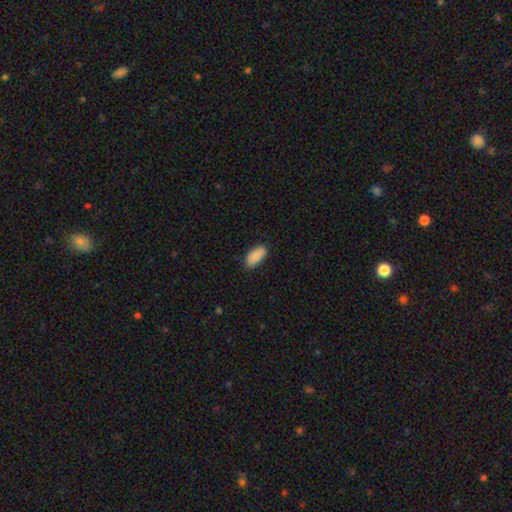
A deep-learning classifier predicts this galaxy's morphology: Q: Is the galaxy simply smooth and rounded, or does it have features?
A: smooth — 90%.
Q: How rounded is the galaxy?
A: in between — 91%.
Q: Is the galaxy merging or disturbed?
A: none — 84%.